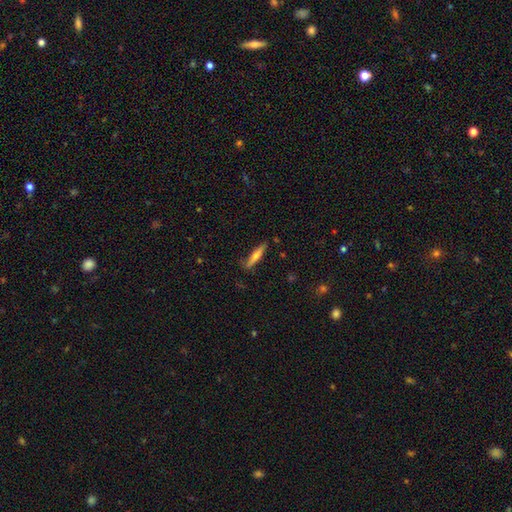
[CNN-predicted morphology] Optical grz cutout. It shows a smooth galaxy with no disk features (52%) that is cigar-shaped (89%). Merging: none (81%).